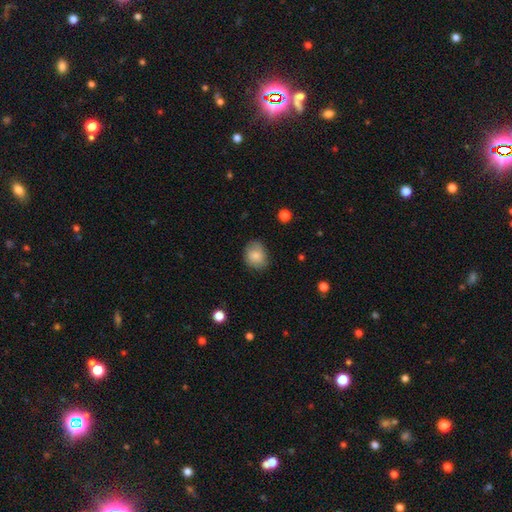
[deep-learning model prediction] This appears to be a smooth galaxy with no disk features (82%) that is round (61%). Merging: none (73%).